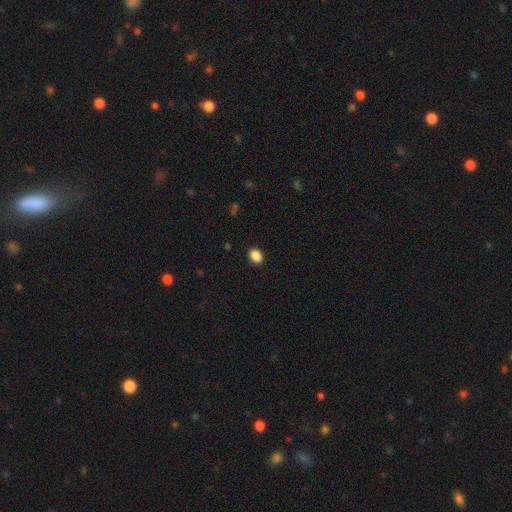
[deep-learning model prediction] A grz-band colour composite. It shows a smooth galaxy with no disk features (89%) that is in between round and cigar-shaped (75%). Merging: none (89%).